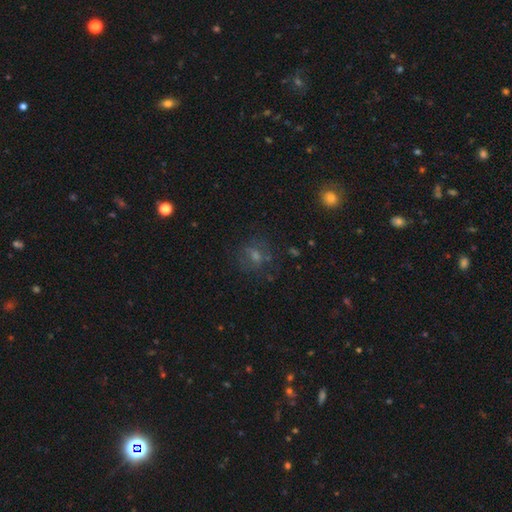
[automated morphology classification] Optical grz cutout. It shows a smooth galaxy with no disk features (52%) that is round (61%). Merging: none (63%).